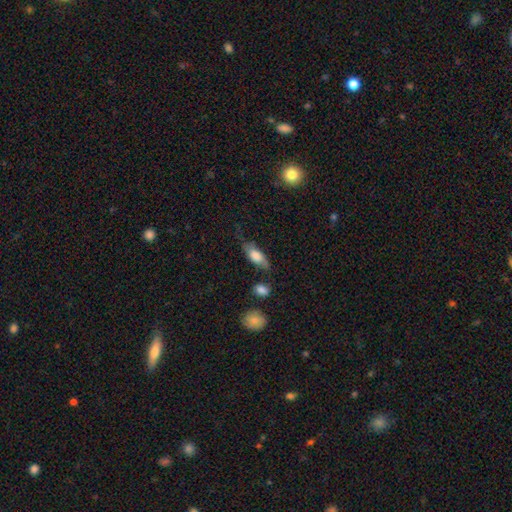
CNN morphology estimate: This is likely a smooth galaxy (73%). How rounded: likely in between (78%). Merging: possibly none (53%).